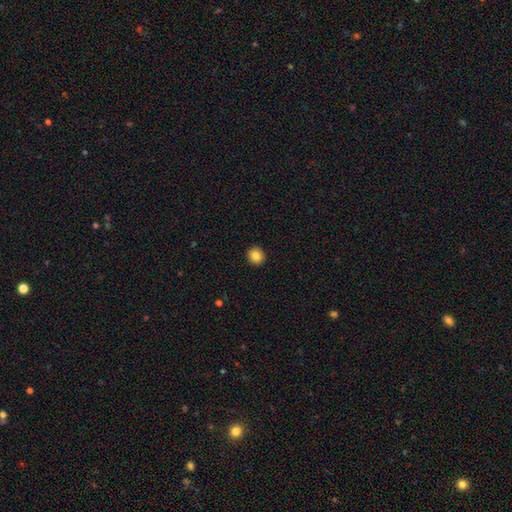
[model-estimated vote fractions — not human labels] This is clearly a smooth galaxy (85%). How rounded: clearly round (86%). Merging: clearly none (93%).